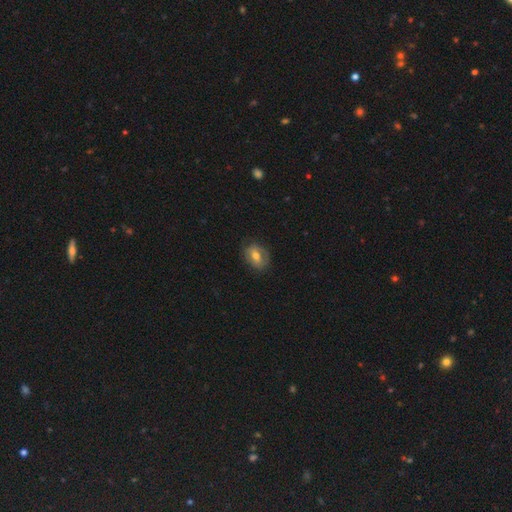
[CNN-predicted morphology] smooth-or-featured: smooth: 54% | featured or disk: 37% | star or artifact: 8%
  how-rounded: in between: 66% | round: 32% | cigar-shaped: 2%
  merging: none: 75% | minor disturbance: 18% | major disturbance: 6% | merger: 1%